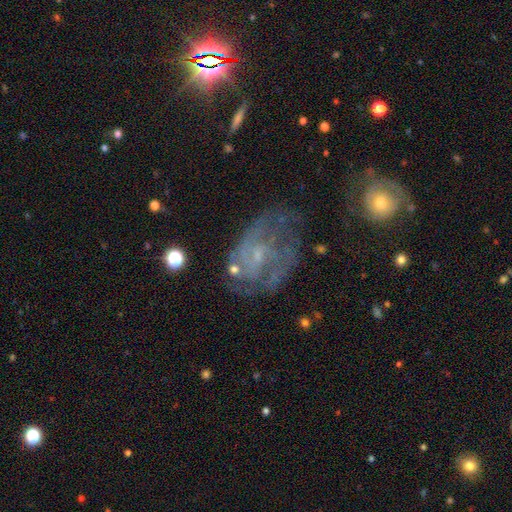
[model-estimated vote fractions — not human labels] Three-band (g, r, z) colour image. It shows a featured or disk galaxy (72%) with no bar (55%), medium (41%) spiral arms (77%) and a small central bulge (61%). Merging: none (52%).